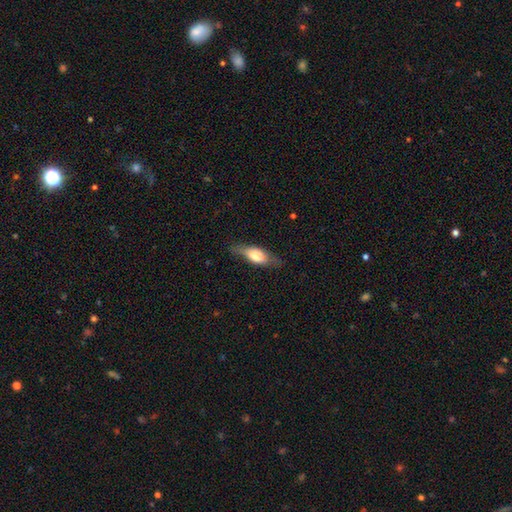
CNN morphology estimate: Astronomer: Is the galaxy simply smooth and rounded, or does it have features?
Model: smooth — 58% (runner-up: featured or disk, 35%).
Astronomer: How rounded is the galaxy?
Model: in between — 60% (runner-up: cigar-shaped, 36%).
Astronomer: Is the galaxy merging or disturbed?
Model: none — 75%.